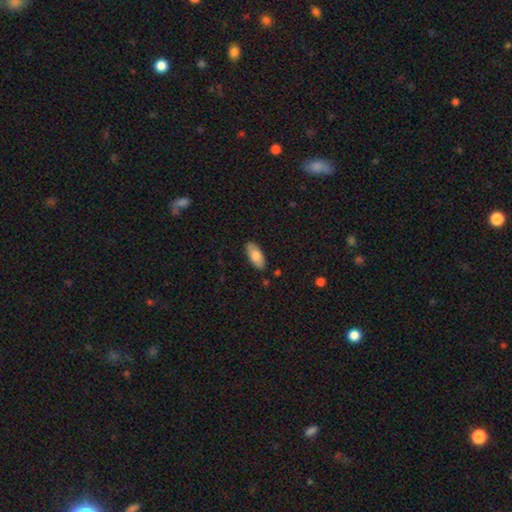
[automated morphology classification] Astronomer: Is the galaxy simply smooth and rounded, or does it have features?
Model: smooth — 78%.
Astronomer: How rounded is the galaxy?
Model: in between — 86%.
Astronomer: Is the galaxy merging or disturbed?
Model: none — 85%.